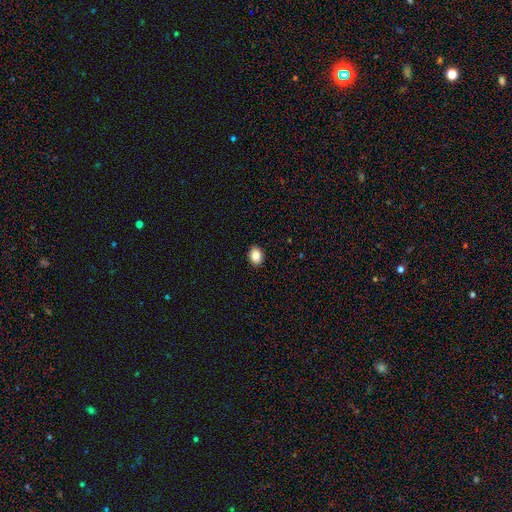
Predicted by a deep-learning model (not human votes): smooth_or_featured: smooth (p=0.86) [alt: star or artifact p=0.09]
how_rounded: in between (p=0.57) [alt: round p=0.42]
merging: none (p=0.91) [alt: minor disturbance p=0.06]